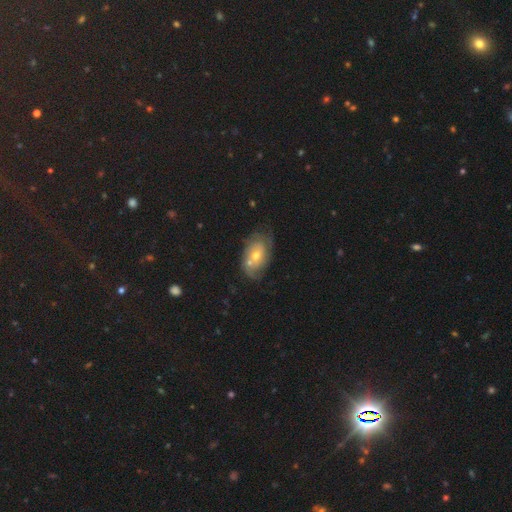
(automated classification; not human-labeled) This is possibly a featured or disk galaxy (58%). It is clearly not viewed edge-on (94%). Bar: clearly no (80%). Spiral arm pattern: likely yes (69%). Central bulge: possibly moderate (60%). Merging: possibly none (54%).